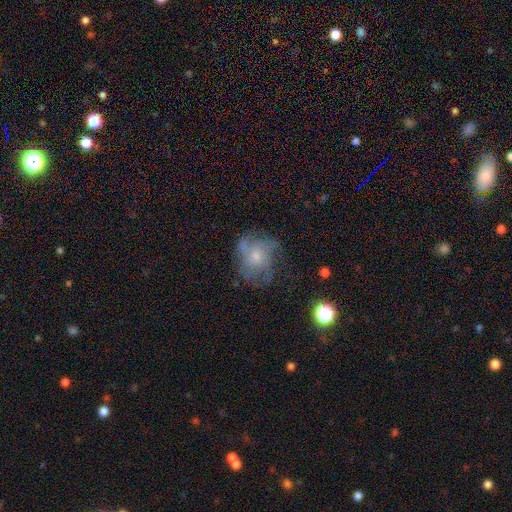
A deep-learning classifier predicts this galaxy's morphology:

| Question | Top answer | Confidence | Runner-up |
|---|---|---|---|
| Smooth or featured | featured or disk | 59% | smooth (30%) |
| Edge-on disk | no | 98% | yes (2%) |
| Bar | no | 83% | weak (15%) |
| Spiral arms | yes | 71% | no (29%) |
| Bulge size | small | 56% | moderate (37%) |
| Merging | none | 49% | major disturbance (24%) |